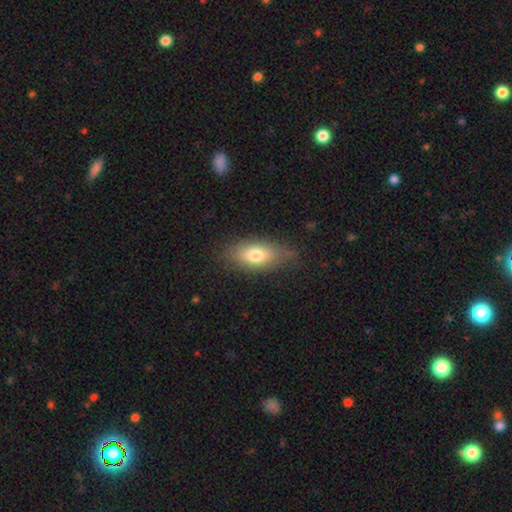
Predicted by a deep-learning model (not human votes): Overall: smooth (73%). How rounded: in between (84%). Merging: none (72%).